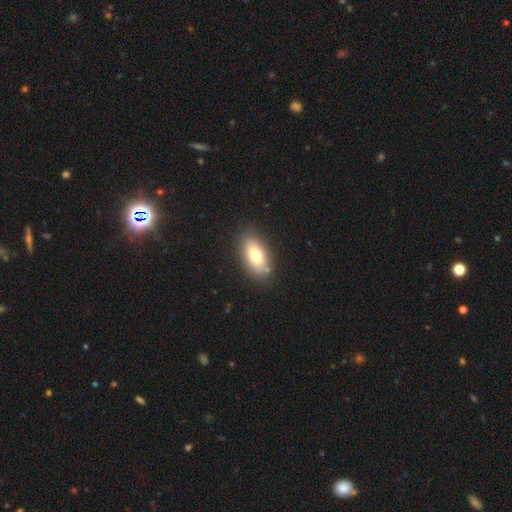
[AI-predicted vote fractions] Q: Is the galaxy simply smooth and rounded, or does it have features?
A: smooth — 73%.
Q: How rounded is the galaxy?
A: in between — 90%.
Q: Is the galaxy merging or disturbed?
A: none — 83%.